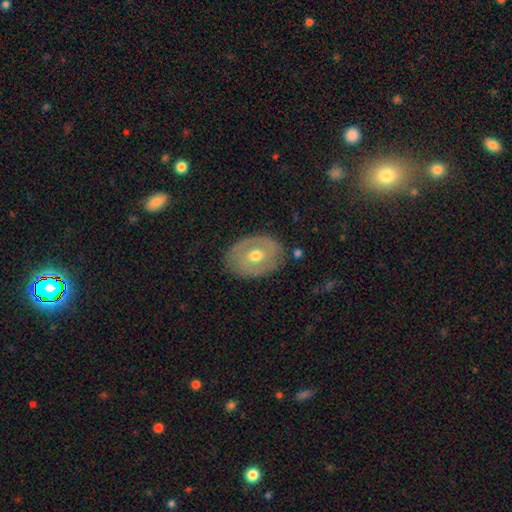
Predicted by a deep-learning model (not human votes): featured or disk 53%, smooth 41%, star or artifact 6%. Down the decision tree: edge-on disk — no (92%); merging — none (79%).